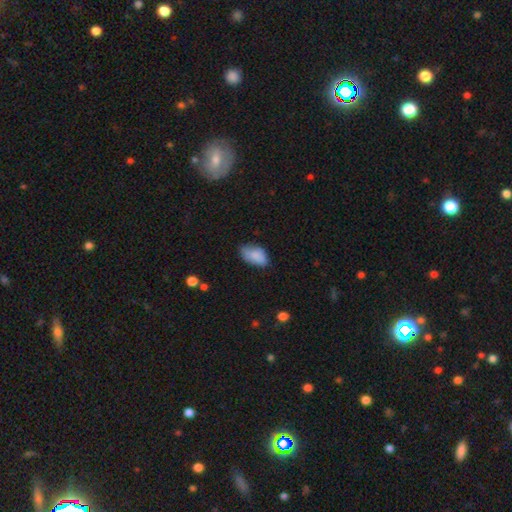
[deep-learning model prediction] Q: Smooth or featured?
A: smooth (83%); runner-up: featured or disk (9%)
Q: How rounded?
A: in between (93%); runner-up: round (5%)
Q: Merging?
A: none (61%); runner-up: minor disturbance (31%)